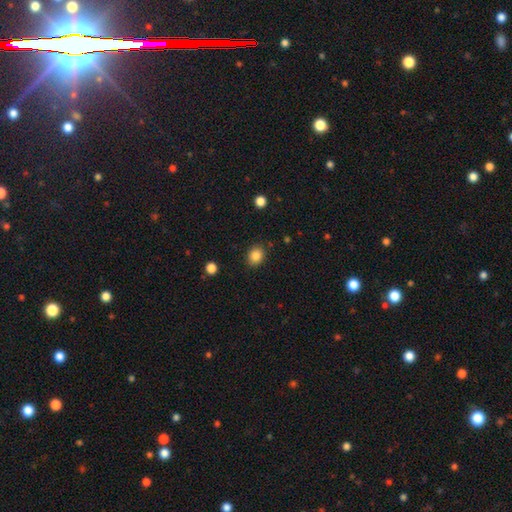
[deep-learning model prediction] Q: Smooth or featured?
A: smooth (85%); runner-up: star or artifact (10%)
Q: How rounded?
A: round (63%); runner-up: in between (36%)
Q: Merging?
A: none (87%); runner-up: minor disturbance (9%)